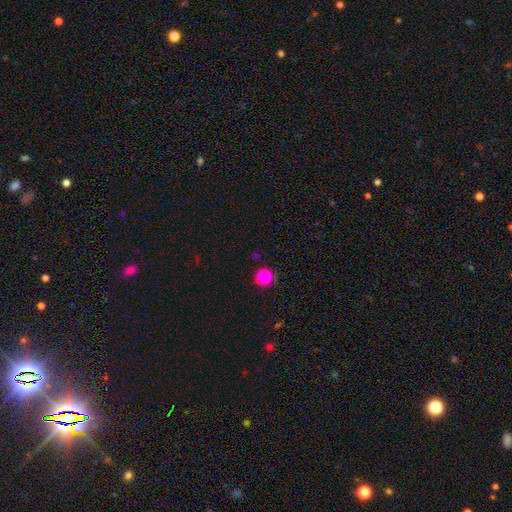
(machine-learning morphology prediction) Overall: smooth (67%; star or artifact 28%). How rounded: round (92%). Merging: none (86%).